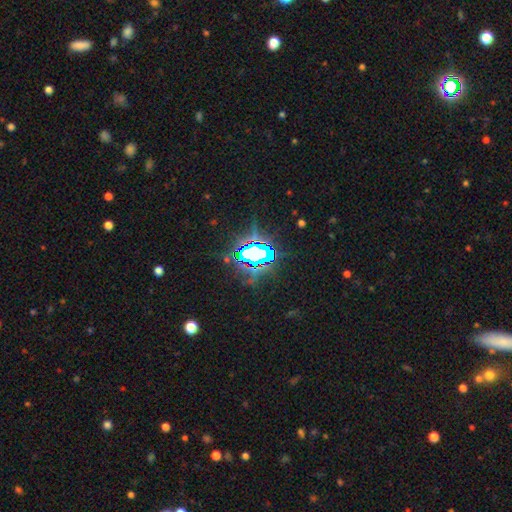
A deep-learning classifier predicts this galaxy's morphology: A star or artifact, not a galaxy (76%).